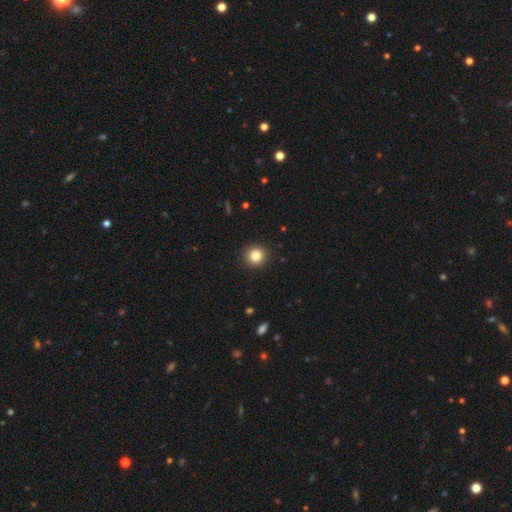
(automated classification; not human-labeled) Q: Smooth or featured?
A: smooth (83%); runner-up: star or artifact (11%)
Q: How rounded?
A: round (94%); runner-up: in between (5%)
Q: Merging?
A: none (93%); runner-up: minor disturbance (5%)